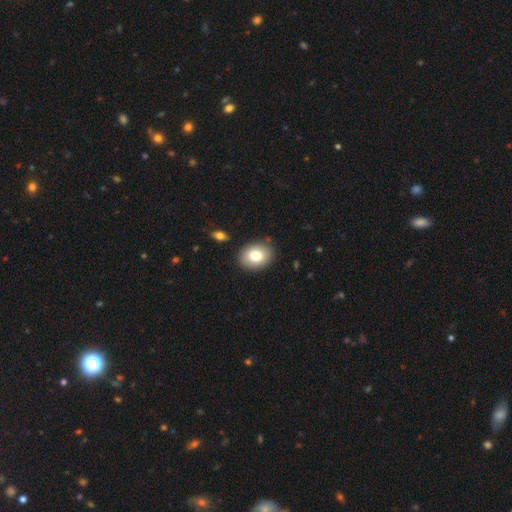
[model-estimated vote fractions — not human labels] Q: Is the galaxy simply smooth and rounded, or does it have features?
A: smooth — 80%.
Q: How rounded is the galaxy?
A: in between — 68%.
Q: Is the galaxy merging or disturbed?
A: none — 87%.